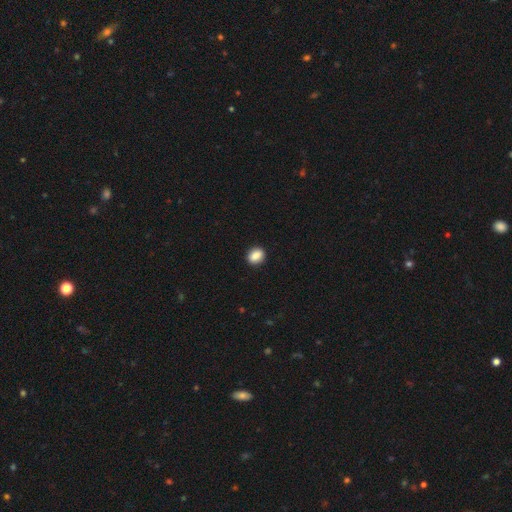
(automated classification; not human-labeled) This is clearly a smooth galaxy (88%). How rounded: possibly in between (52%). Merging: clearly none (91%).